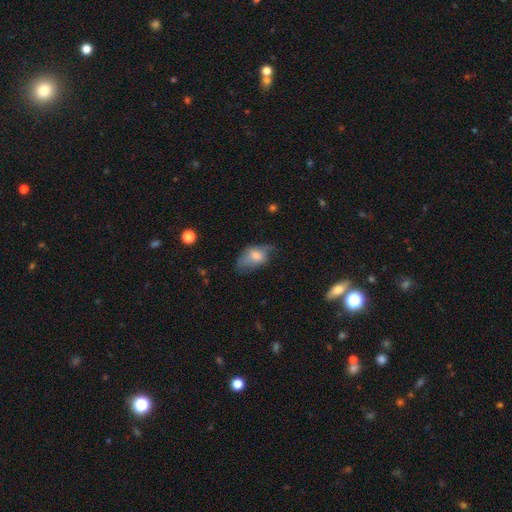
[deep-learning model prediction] Smooth or featured? smooth (69%)
How rounded? in between (89%)
Merging? minor disturbance (39%)